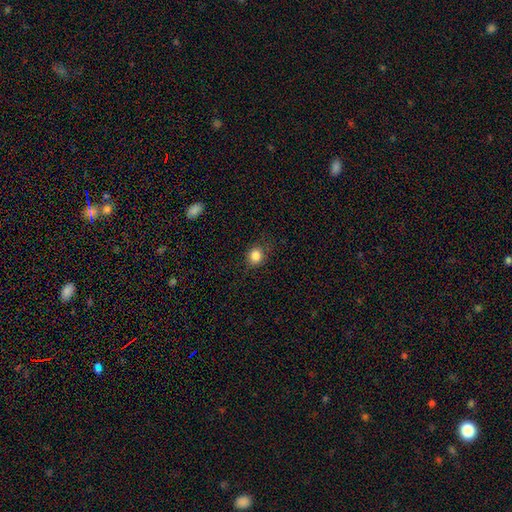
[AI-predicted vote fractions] smooth-or-featured: smooth: 85% | star or artifact: 11% | featured or disk: 4%
  how-rounded: round: 76% | in between: 23% | cigar-shaped: 1%
  merging: none: 83% | minor disturbance: 12% | major disturbance: 4% | merger: 1%